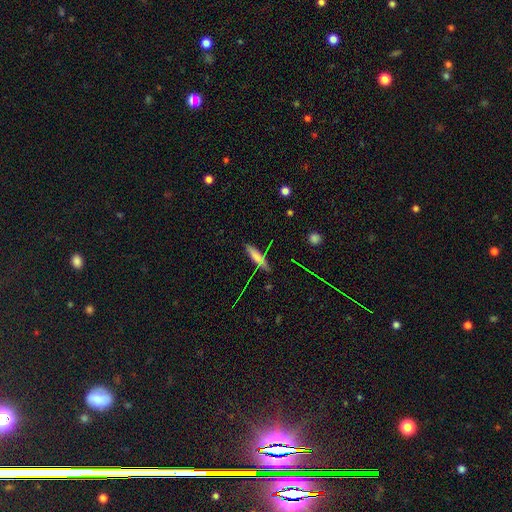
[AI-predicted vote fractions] Smooth or featured? smooth (63%)
How rounded? cigar-shaped (71%)
Merging? none (75%)